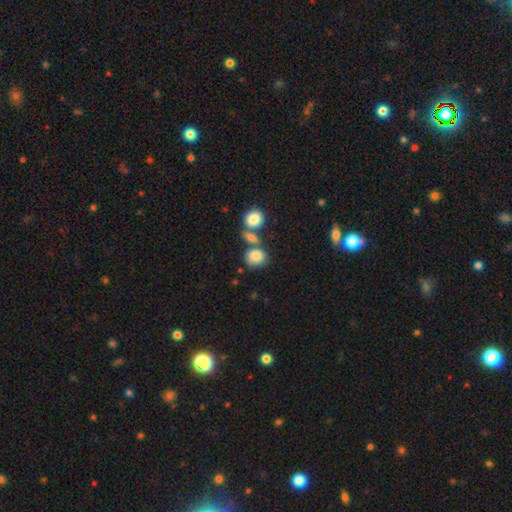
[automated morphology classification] smooth_or_featured: smooth (p=0.82) [alt: featured or disk p=0.09]
how_rounded: round (p=0.59) [alt: in between p=0.40]
merging: none (p=0.44) [alt: merger p=0.37]